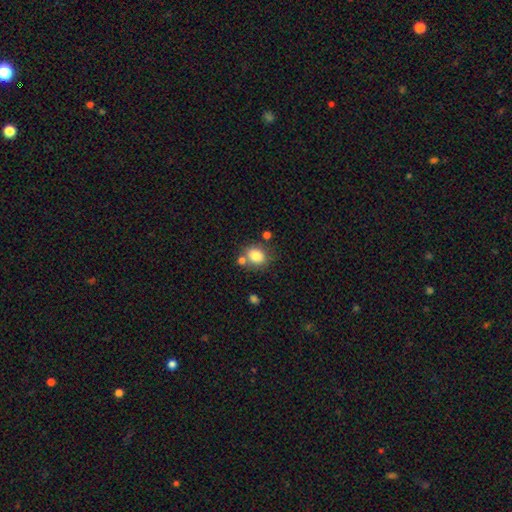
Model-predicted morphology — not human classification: Smooth or featured: smooth — 82% (star or artifact — 10%)
How rounded: round — 59% (in between — 41%)
Merging: none — 63% (merger — 19%)